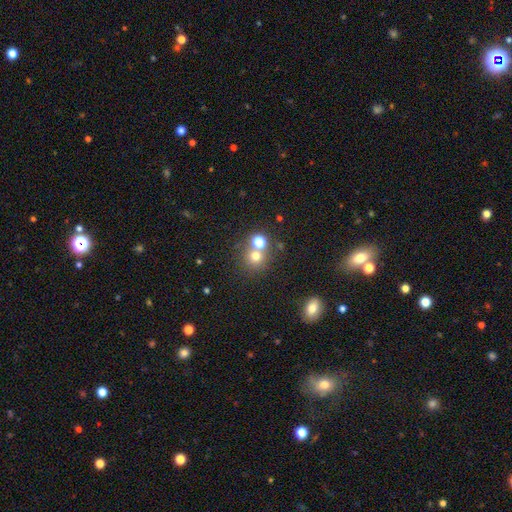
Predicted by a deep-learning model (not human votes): Morphology: type=smooth (69%); roundness=round (88%); merging=none (58%).